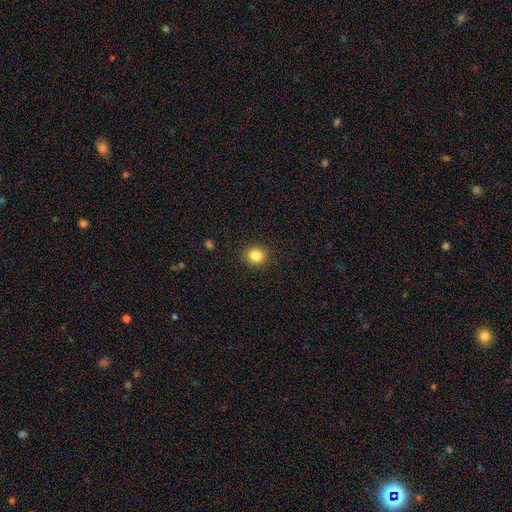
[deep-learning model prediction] Smooth or featured? Predicted: smooth (p=0.83). How rounded? Predicted: round (p=0.84). Merging? Predicted: none (p=0.90).